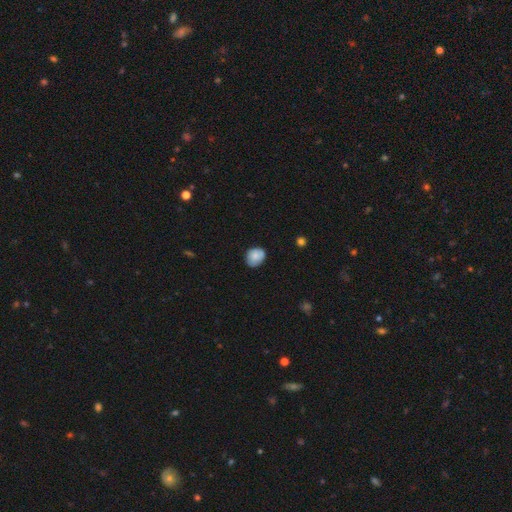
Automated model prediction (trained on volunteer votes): Q: Smooth or featured?
A: smooth (79%); runner-up: featured or disk (13%)
Q: How rounded?
A: round (61%); runner-up: in between (38%)
Q: Merging?
A: none (70%); runner-up: minor disturbance (25%)